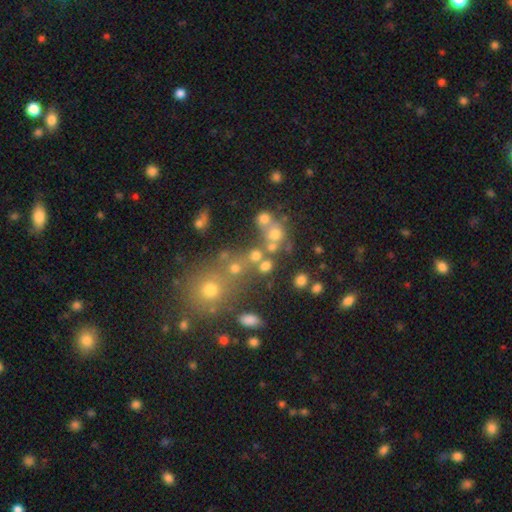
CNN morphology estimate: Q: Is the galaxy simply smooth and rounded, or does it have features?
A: smooth — 61%.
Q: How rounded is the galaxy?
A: round — 75%.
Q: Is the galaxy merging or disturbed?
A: none — 54%.